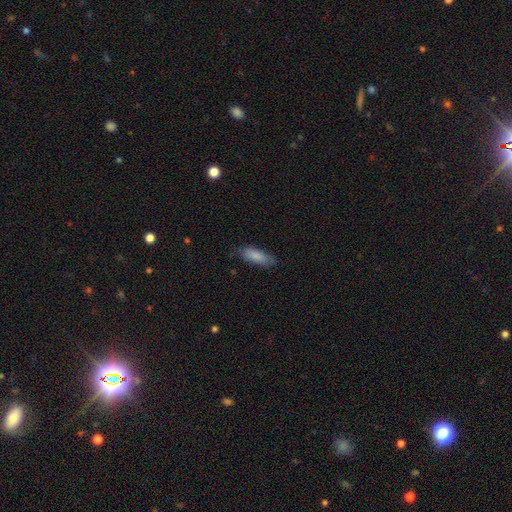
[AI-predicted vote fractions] Smooth or featured?
  - smooth: 86% *
  - featured or disk: 8%
  - star or artifact: 6%
How rounded?
  - in between: 60% *
  - cigar-shaped: 38%
  - round: 2%
Merging?
  - none: 80% *
  - minor disturbance: 16%
  - major disturbance: 3%
  - merger: 1%